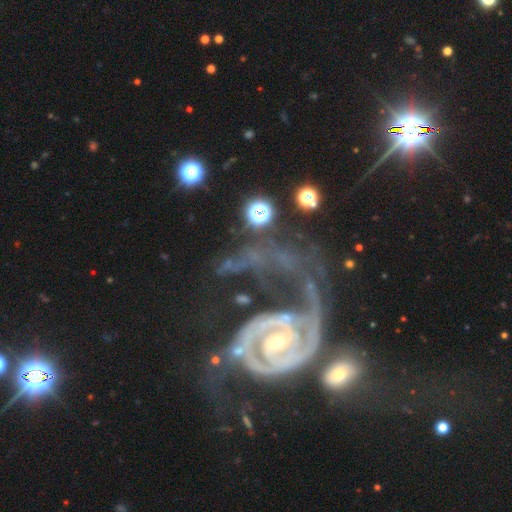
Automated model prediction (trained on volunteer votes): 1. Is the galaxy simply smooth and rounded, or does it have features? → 87% featured or disk, 7% star or artifact, 6% smooth.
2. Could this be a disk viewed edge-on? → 97% no, 3% yes.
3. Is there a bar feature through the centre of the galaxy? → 51% no, 30% weak, 19% strong.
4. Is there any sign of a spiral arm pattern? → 93% yes, 7% no.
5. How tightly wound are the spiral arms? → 40% medium (tied), 40% tight (tied), 20% loose.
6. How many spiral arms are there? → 62% 2, 16% 1, 10% can't tell, 5% 3, 3% 4, 3% more than 4.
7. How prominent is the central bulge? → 56% small, 37% moderate, 3% large, 2% none, 2% dominant.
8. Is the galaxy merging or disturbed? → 39% major disturbance, 26% none, 20% merger, 15% minor disturbance.